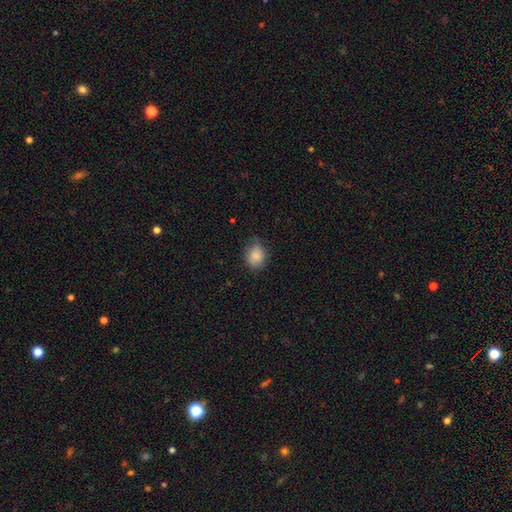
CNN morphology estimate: Smooth or featured? Predicted: smooth (p=0.85). How rounded? Predicted: round (p=0.56). Merging? Predicted: none (p=0.70).